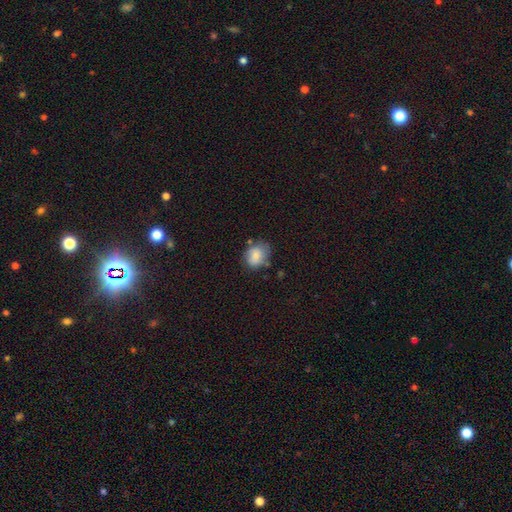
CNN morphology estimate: A smooth galaxy with no disk features (81%) that is in between round and cigar-shaped (53%). Merging: none (60%).